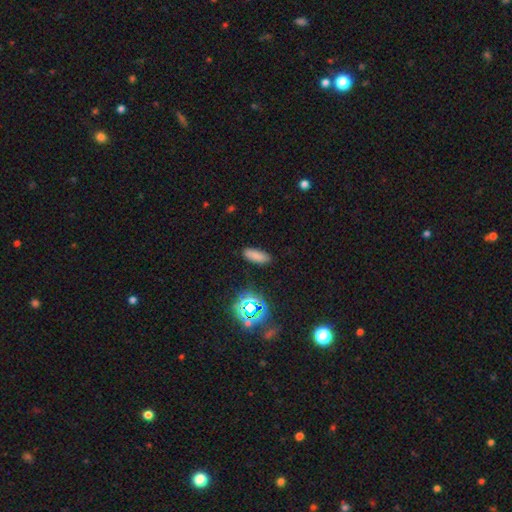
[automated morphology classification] Overall: smooth (76%). How rounded: in between (68%; cigar-shaped 28%). Merging: none (87%).